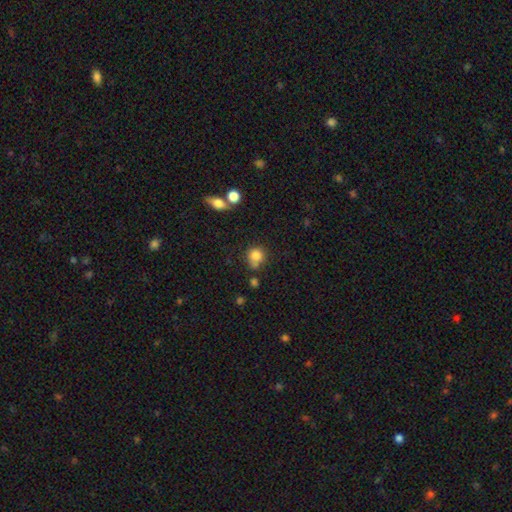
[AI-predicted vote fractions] Smooth or featured?
  - smooth: 82% *
  - star or artifact: 11%
  - featured or disk: 7%
How rounded?
  - round: 84% *
  - in between: 15%
  - cigar-shaped: 1%
Merging?
  - none: 57% *
  - minor disturbance: 21%
  - merger: 16%
  - major disturbance: 6%